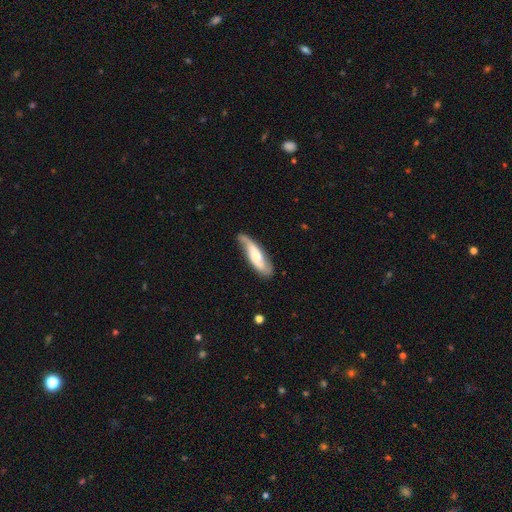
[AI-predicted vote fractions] Smooth or featured?
  - featured or disk: 65% *
  - smooth: 30%
  - star or artifact: 5%
Edge-on disk?
  - no: 79% *
  - yes: 21%
Bar?
  - no: 52% *
  - weak: 35%
  - strong: 13%
Spiral arms?
  - yes: 92% *
  - no: 8%
Bulge size?
  - moderate: 42% *
  - small: 28%
  - large: 17%
  - none: 11%
  - dominant: 2%
Merging?
  - none: 70% *
  - minor disturbance: 22%
  - major disturbance: 6%
  - merger: 2%